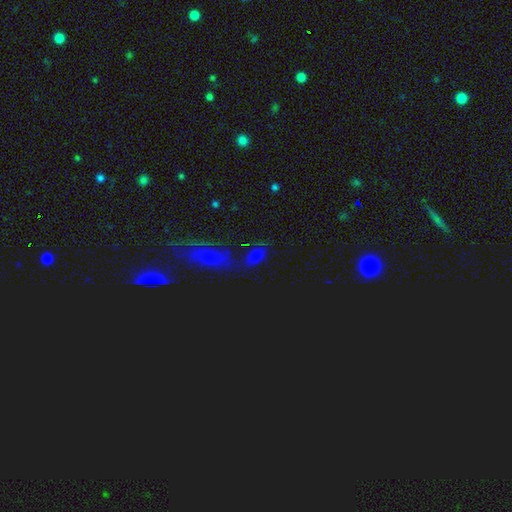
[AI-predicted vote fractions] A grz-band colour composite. It shows a smooth galaxy with no disk features (55%) that is in between round and cigar-shaped (81%). Merging: none (64%).